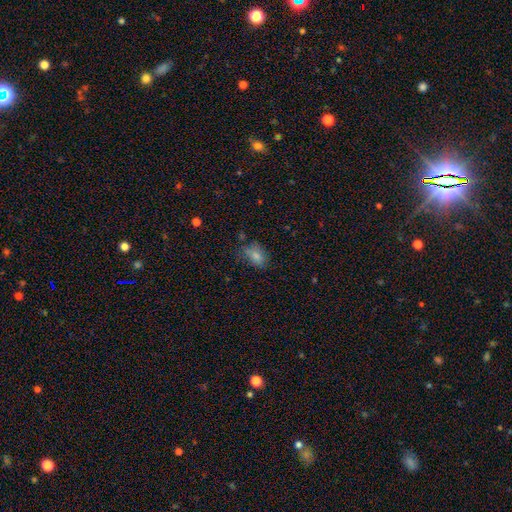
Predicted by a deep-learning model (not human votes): Overall: smooth (81%). How rounded: in between (85%). Merging: none (61%; minor disturbance 26%).